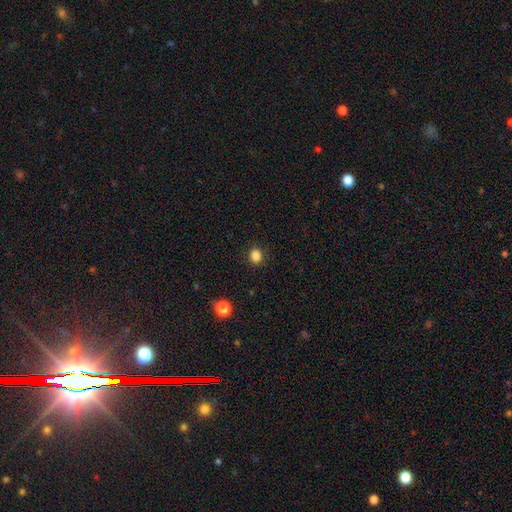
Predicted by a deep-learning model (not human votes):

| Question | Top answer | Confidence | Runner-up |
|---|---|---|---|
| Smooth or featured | smooth | 85% | star or artifact (12%) |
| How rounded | round | 68% | in between (31%) |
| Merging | none | 89% | minor disturbance (8%) |